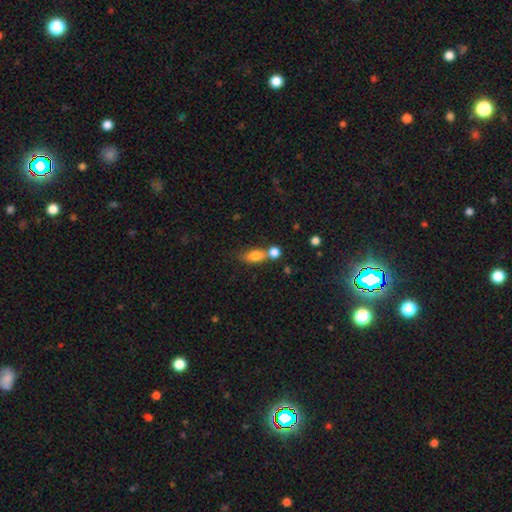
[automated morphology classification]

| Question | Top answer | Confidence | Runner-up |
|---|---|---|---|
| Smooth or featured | smooth | 79% | featured or disk (12%) |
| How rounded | in between | 75% | cigar-shaped (14%) |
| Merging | none | 46% | merger (35%) |